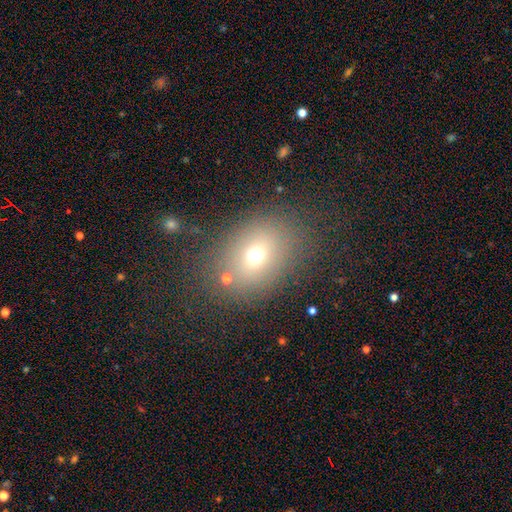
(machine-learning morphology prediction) smooth-or-featured: smooth: 66% | star or artifact: 18% | featured or disk: 16%
  how-rounded: in between: 65% | round: 33% | cigar-shaped: 1%
  merging: none: 76% | minor disturbance: 13% | major disturbance: 7% | merger: 4%